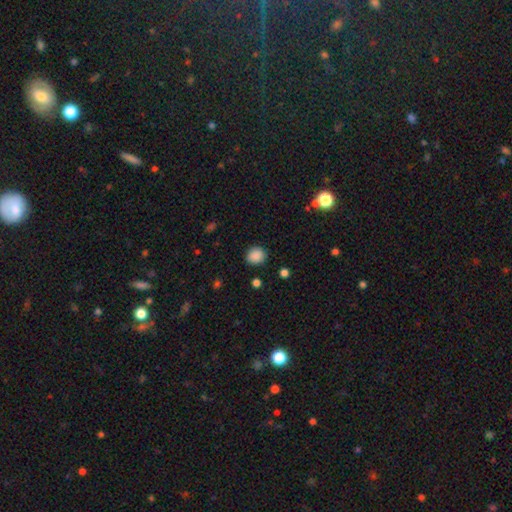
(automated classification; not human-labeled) Overall: smooth (87%). How rounded: round (82%). Merging: none (86%).